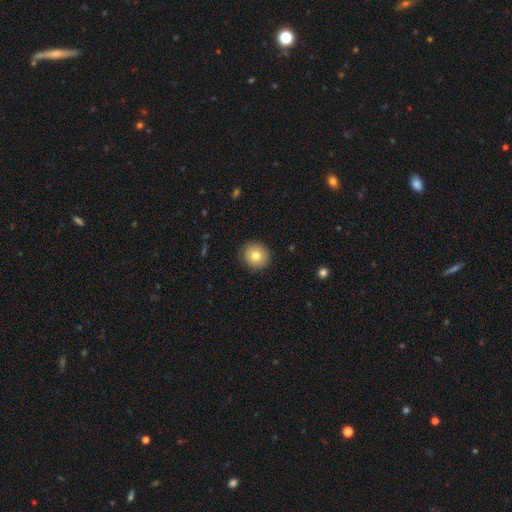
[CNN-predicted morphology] Smooth or featured? smooth (78%)
How rounded? round (88%)
Merging? none (89%)